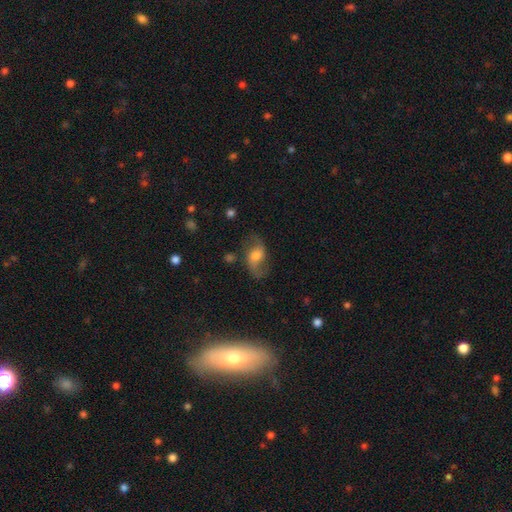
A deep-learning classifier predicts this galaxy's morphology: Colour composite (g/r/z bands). It shows a featured or disk galaxy (67%) with no bar (45%), 2 (89%) loose (67%) spiral arms (90%) and a moderate central bulge (52%). Merging: none (67%).